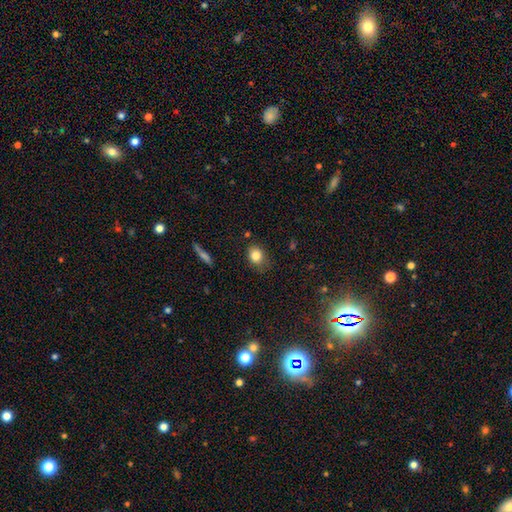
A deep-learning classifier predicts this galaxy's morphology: smooth-or-featured: smooth: 82% | star or artifact: 10% | featured or disk: 8%
  how-rounded: in between: 50% | round: 49% | cigar-shaped: 1%
  merging: none: 72% | minor disturbance: 21% | major disturbance: 5% | merger: 2%